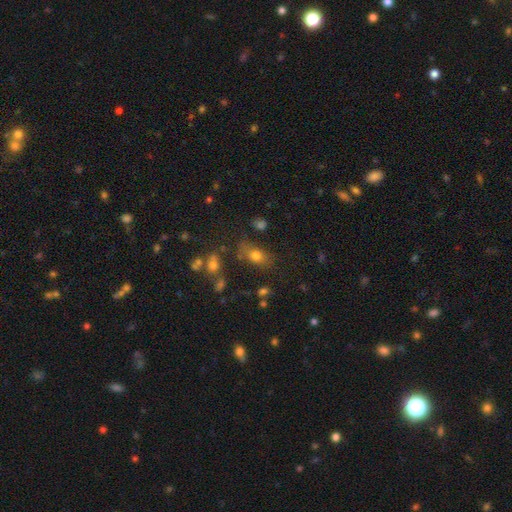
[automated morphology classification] smooth 70%, star or artifact 18%, featured or disk 12%. Down the decision tree: how rounded — in between (75%); merging — none (69%).